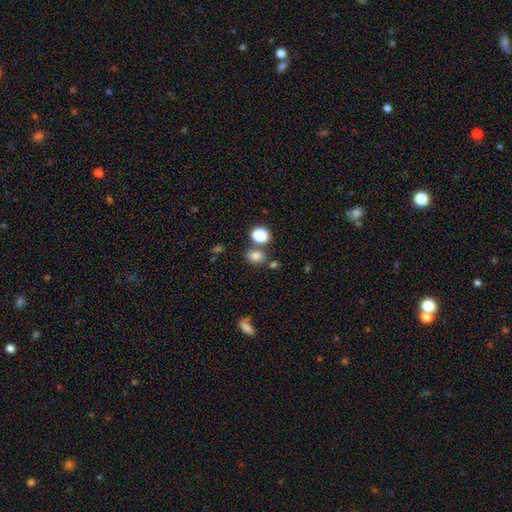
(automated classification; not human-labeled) Smooth or featured? Predicted: smooth (p=0.79). How rounded? Predicted: in between (p=0.50). Merging? Predicted: none (p=0.70).